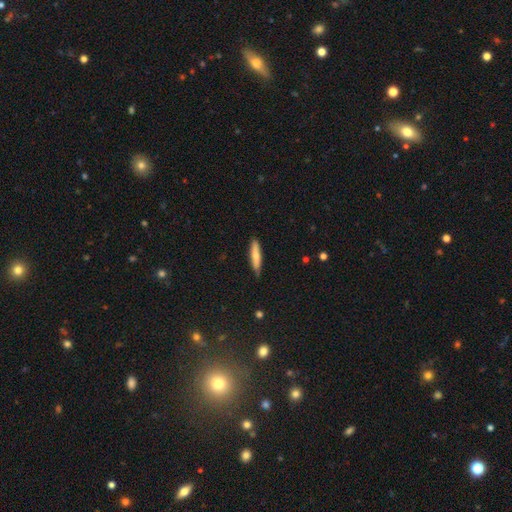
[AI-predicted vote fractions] smooth-or-featured: smooth: 65% | featured or disk: 30% | star or artifact: 6%
  how-rounded: cigar-shaped: 84% | in between: 14% | round: 2%
  merging: none: 84% | minor disturbance: 13% | major disturbance: 2% | merger: 1%